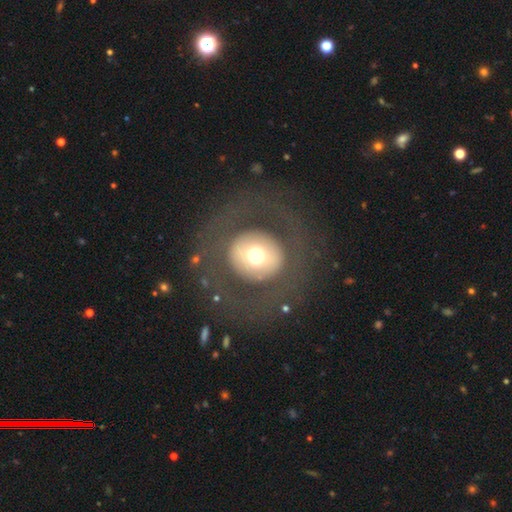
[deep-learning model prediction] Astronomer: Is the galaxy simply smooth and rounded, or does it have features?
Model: smooth — 56% (runner-up: featured or disk, 32%).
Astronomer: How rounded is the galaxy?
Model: round — 85%.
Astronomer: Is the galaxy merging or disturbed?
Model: none — 77%.